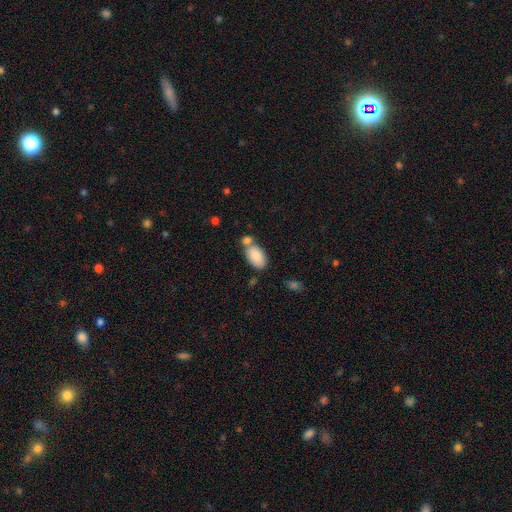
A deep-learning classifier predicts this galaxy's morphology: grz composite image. It shows a smooth galaxy with no disk features (86%) that is in between round and cigar-shaped (94%). Merging: none (51%).